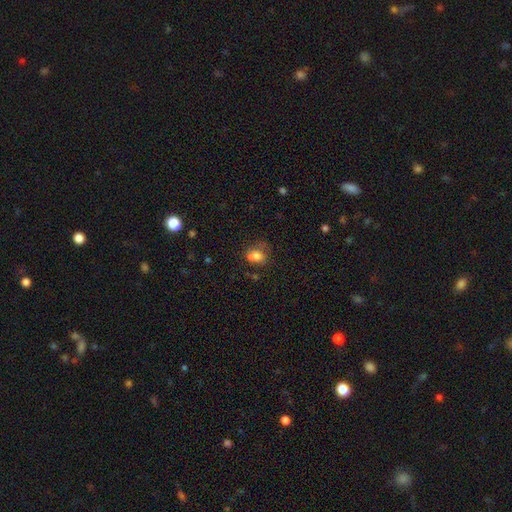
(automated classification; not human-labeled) Smooth or featured: smooth — 72% (featured or disk — 15%)
How rounded: in between — 58% (round — 40%)
Merging: none — 42% (minor disturbance — 25%)